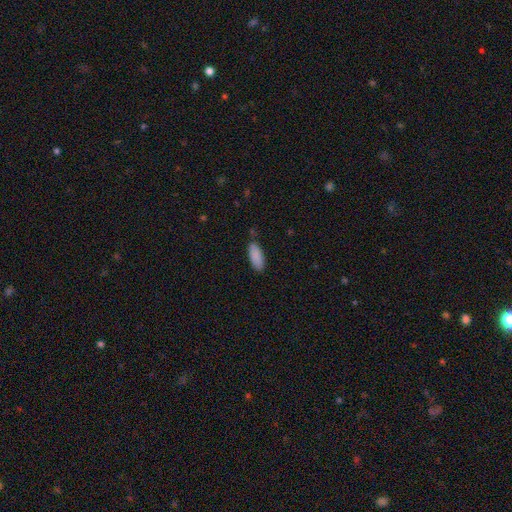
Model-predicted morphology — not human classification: smooth 89%, star or artifact 6%, featured or disk 5%. Down the decision tree: how rounded — in between (79%); merging — none (80%).